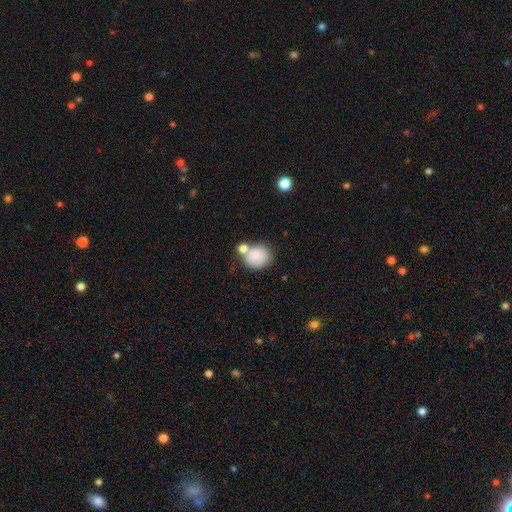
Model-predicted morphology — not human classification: This is clearly a smooth galaxy (83%). How rounded: likely round (69%). Merging: possibly none (45%).